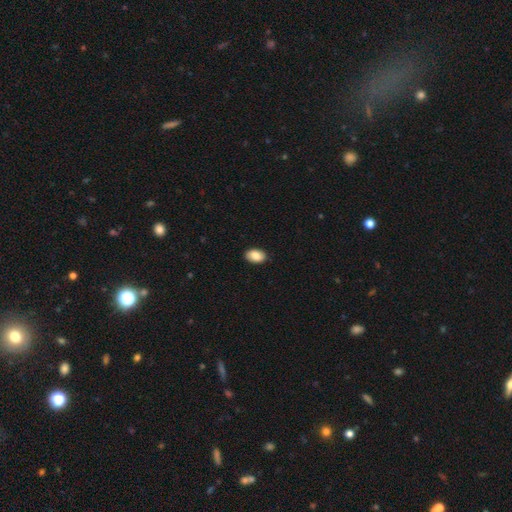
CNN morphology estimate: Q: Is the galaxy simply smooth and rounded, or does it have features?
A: smooth — 86%.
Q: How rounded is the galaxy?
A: in between — 89%.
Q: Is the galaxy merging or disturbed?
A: none — 89%.